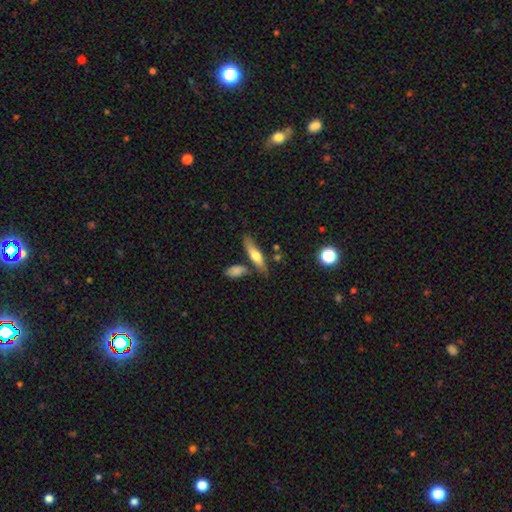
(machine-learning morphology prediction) smooth-or-featured: smooth: 57% | featured or disk: 36% | star or artifact: 6%
  how-rounded: cigar-shaped: 65% | in between: 32% | round: 3%
  merging: none: 68% | minor disturbance: 16% | merger: 12% | major disturbance: 4%